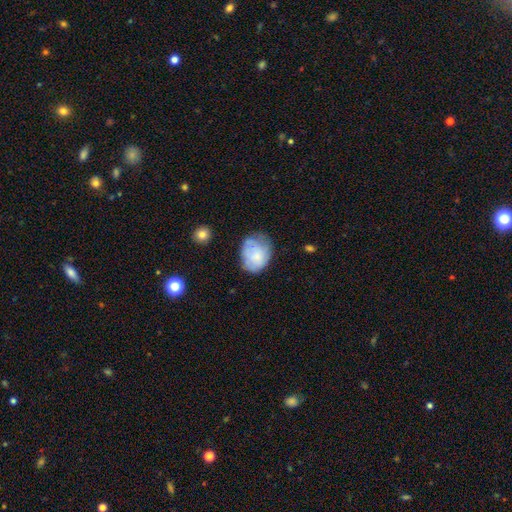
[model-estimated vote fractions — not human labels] A smooth galaxy with no disk features (65%) that is in between round and cigar-shaped (59%).

Vote fractions:
- Smooth or featured? smooth: 65% / featured or disk: 28% / star or artifact: 8%
- How rounded? in between: 59% / round: 40% / cigar-shaped: 1%
- Merging? none: 50% / minor disturbance: 34% / major disturbance: 13% / merger: 3%